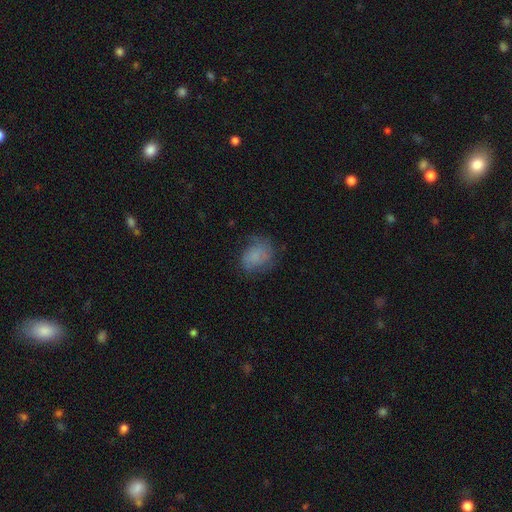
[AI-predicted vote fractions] Q: Smooth or featured?
A: smooth (65%); runner-up: featured or disk (24%)
Q: How rounded?
A: in between (53%); runner-up: round (46%)
Q: Merging?
A: none (59%); runner-up: minor disturbance (25%)